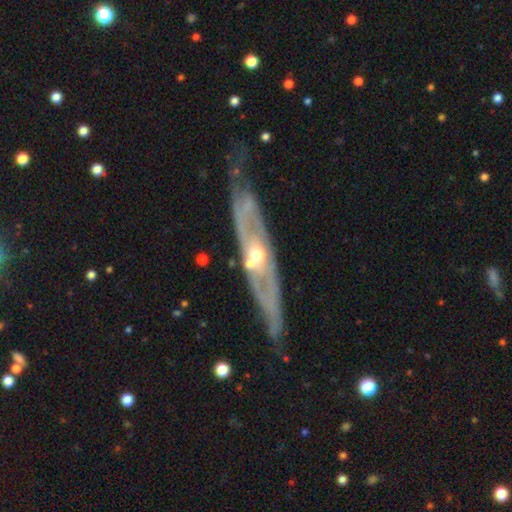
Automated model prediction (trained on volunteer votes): A featured or disk galaxy (84%). Merging: none (75%).